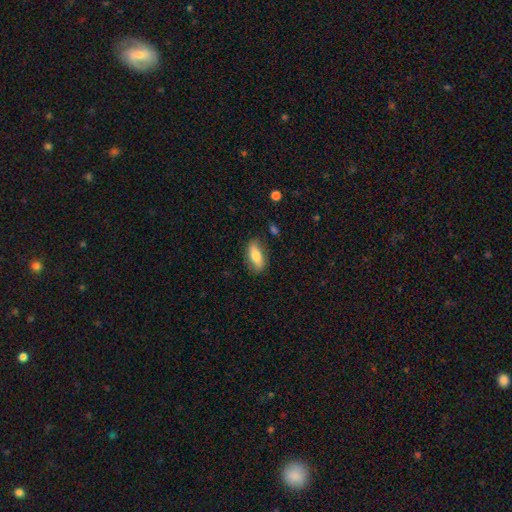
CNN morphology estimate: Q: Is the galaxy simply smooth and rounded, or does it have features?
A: smooth — 72%.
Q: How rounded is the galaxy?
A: in between — 79%.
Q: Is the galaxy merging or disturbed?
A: none — 82%.